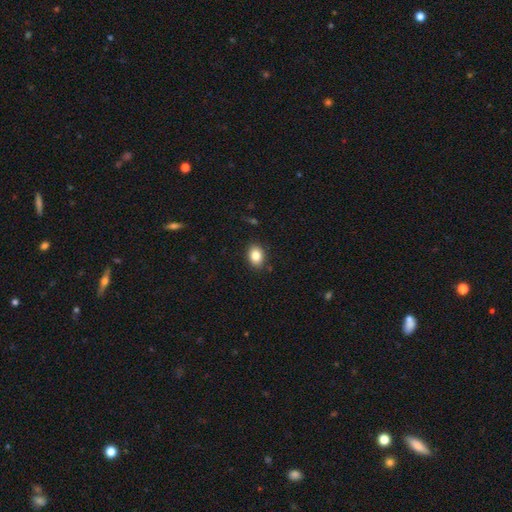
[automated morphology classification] Smooth or featured: smooth — 84% (star or artifact — 9%)
How rounded: in between — 69% (round — 30%)
Merging: none — 87% (minor disturbance — 9%)